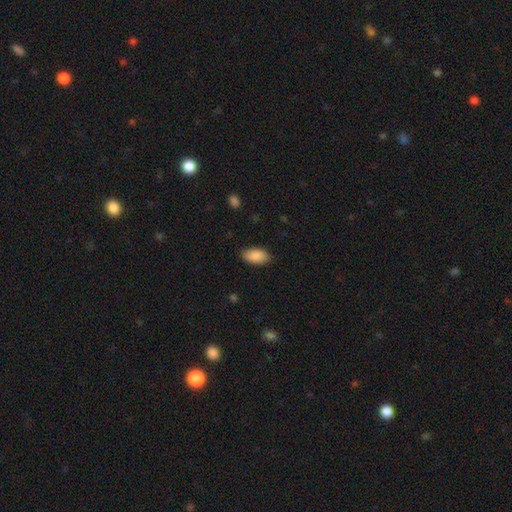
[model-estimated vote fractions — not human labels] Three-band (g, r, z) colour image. It shows a smooth galaxy with no disk features (90%) that is in between round and cigar-shaped (94%). Merging: none (85%).